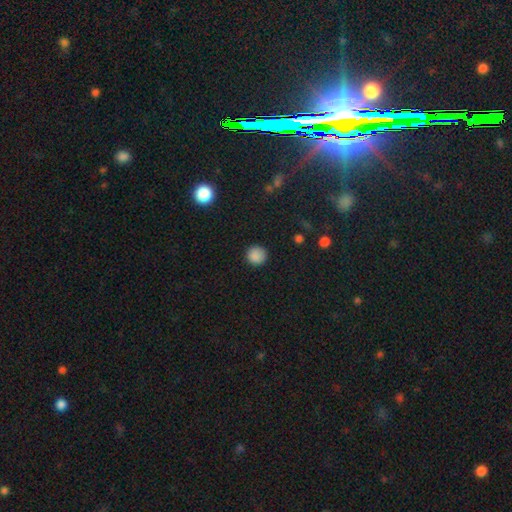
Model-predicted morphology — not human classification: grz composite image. It shows a smooth galaxy with no disk features (87%) that is round (94%). Merging: none (90%).